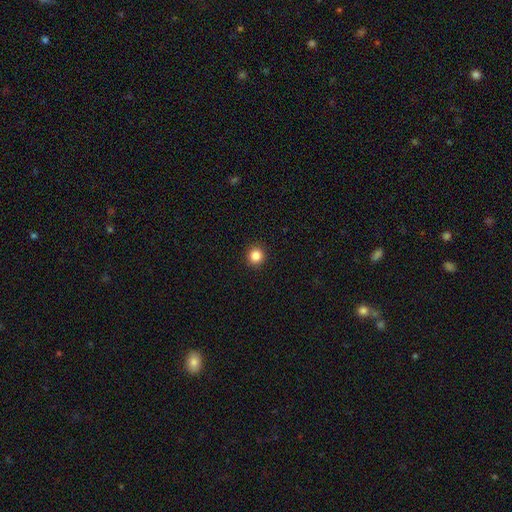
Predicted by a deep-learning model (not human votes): This is clearly a smooth galaxy (84%). How rounded: clearly round (94%). Merging: clearly none (93%).